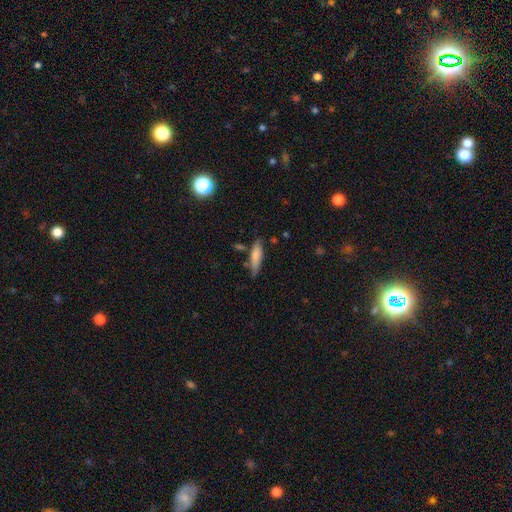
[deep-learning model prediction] Smooth or featured?
  - smooth: 78% *
  - featured or disk: 15%
  - star or artifact: 7%
How rounded?
  - cigar-shaped: 65% *
  - in between: 33%
  - round: 2%
Merging?
  - none: 70% *
  - minor disturbance: 20%
  - merger: 6%
  - major disturbance: 4%